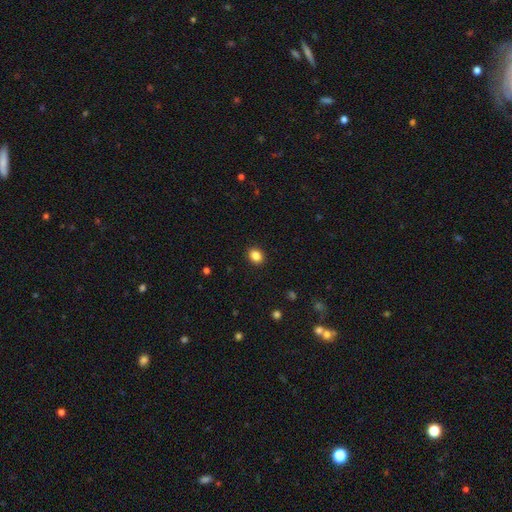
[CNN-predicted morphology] Overall: smooth (86%). How rounded: round (51%; in between 48%). Merging: none (91%).